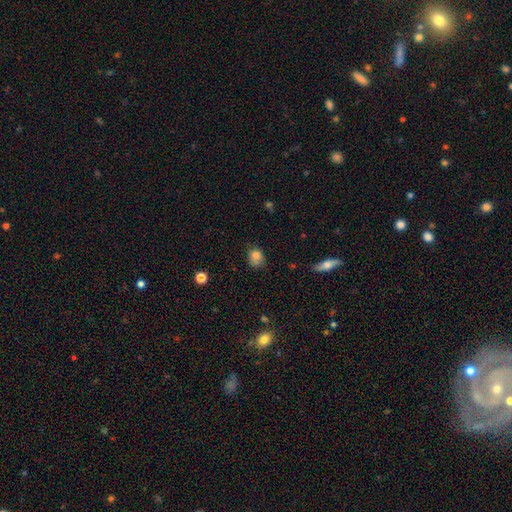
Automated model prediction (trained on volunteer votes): smooth_or_featured: smooth (p=0.81) [alt: star or artifact p=0.11]
how_rounded: round (p=0.56) [alt: in between p=0.43]
merging: none (p=0.58) [alt: minor disturbance p=0.31]